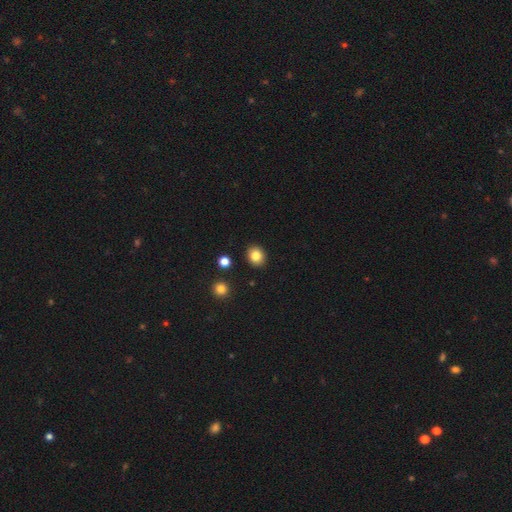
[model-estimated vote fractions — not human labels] This is clearly a smooth galaxy (83%). How rounded: likely round (69%). Merging: clearly none (90%).